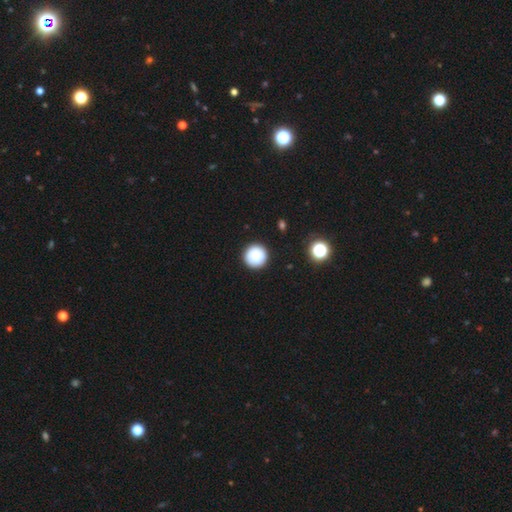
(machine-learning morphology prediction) This appears to be a smooth galaxy with no disk features (85%) that is round (96%). Merging: none (90%).